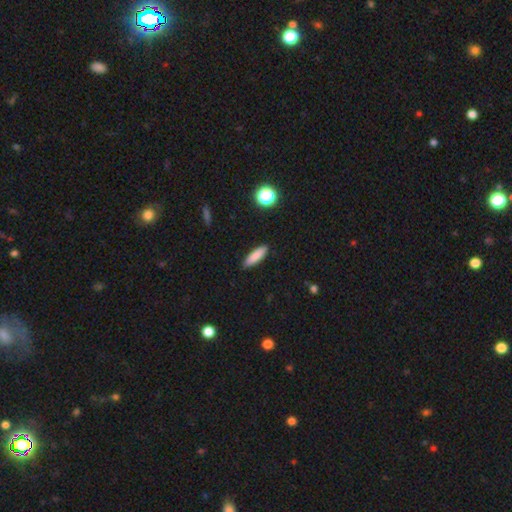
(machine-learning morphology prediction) This is clearly a smooth galaxy (84%). How rounded: likely cigar-shaped (62%). Merging: clearly none (90%).